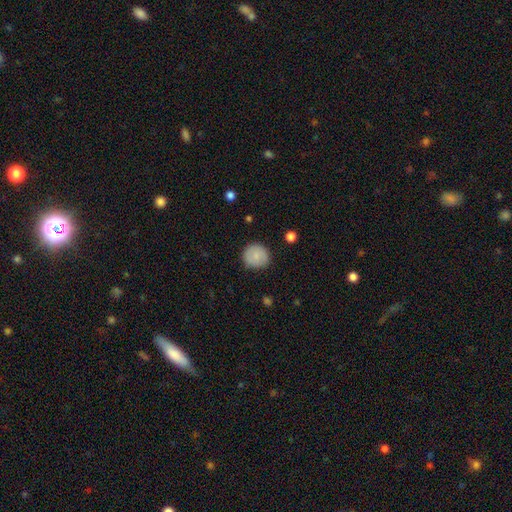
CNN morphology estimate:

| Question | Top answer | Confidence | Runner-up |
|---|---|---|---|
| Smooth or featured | smooth | 81% | featured or disk (11%) |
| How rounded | round | 90% | in between (9%) |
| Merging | none | 85% | minor disturbance (12%) |